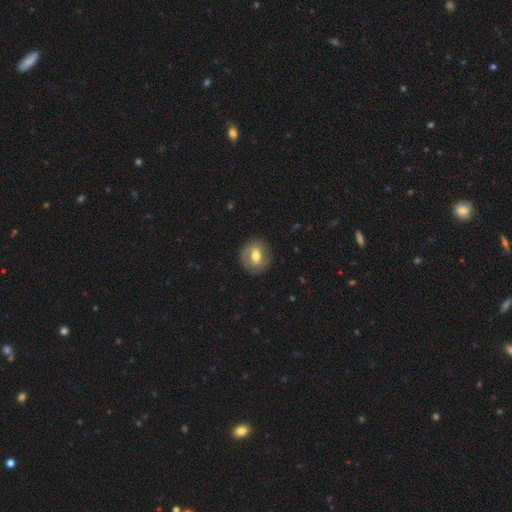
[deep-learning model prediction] Smooth or featured? Predicted: smooth (p=0.52). How rounded? Predicted: round (p=0.74). Merging? Predicted: none (p=0.83).